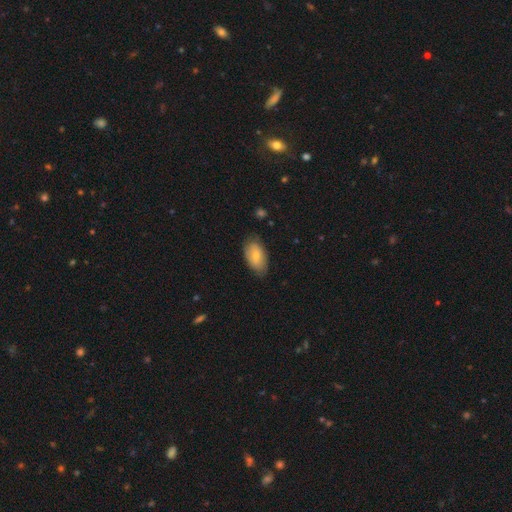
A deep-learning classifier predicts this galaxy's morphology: Overall: smooth (68%). How rounded: in between (94%). Merging: none (74%).